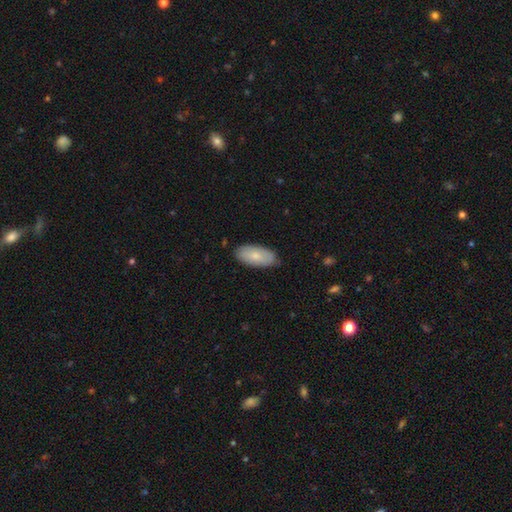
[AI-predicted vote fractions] The model was most divided on "smooth or featured": smooth: 76%, featured or disk: 18%, star or artifact: 6%. More confident: how rounded — in between (93%); merging — none (83%).